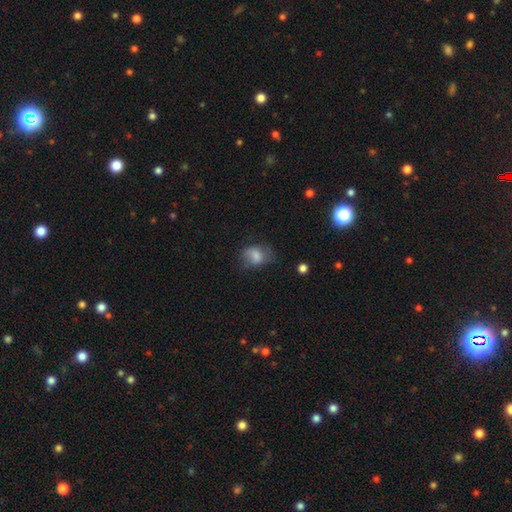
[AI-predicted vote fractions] Smooth or featured: smooth — 67% (featured or disk — 23%)
How rounded: in between — 63% (round — 36%)
Merging: none — 46% (minor disturbance — 31%)